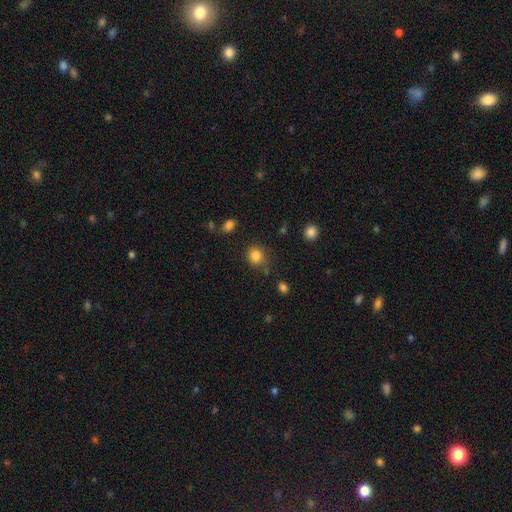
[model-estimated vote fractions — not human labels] Smooth or featured? Predicted: smooth (p=0.83). How rounded? Predicted: round (p=0.79). Merging? Predicted: none (p=0.76).